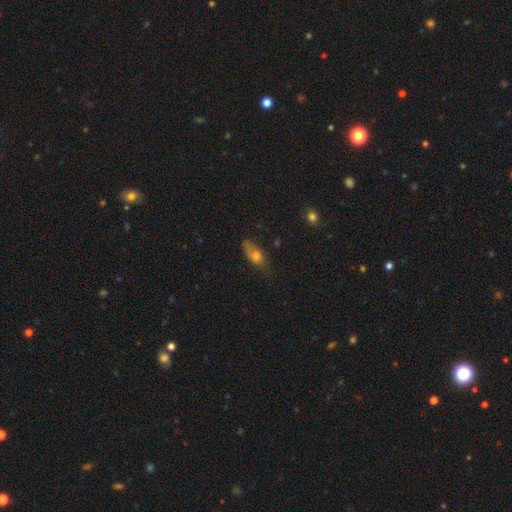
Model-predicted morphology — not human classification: smooth_or_featured: smooth (p=0.65) [alt: featured or disk p=0.24]
how_rounded: in between (p=0.73) [alt: cigar-shaped p=0.18]
merging: none (p=0.54) [alt: minor disturbance p=0.31]